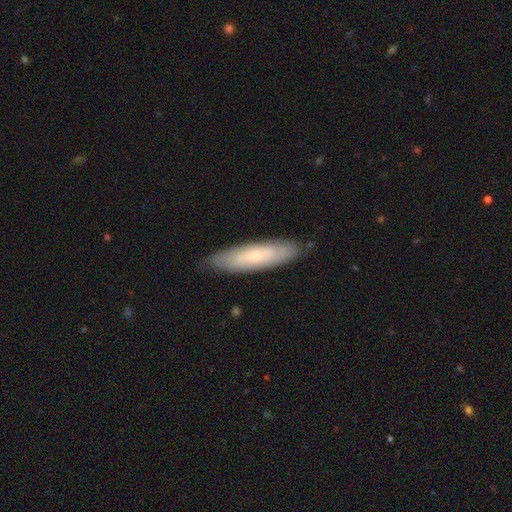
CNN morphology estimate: This is likely a smooth galaxy (62%). How rounded: likely cigar-shaped (67%). Merging: clearly none (83%).